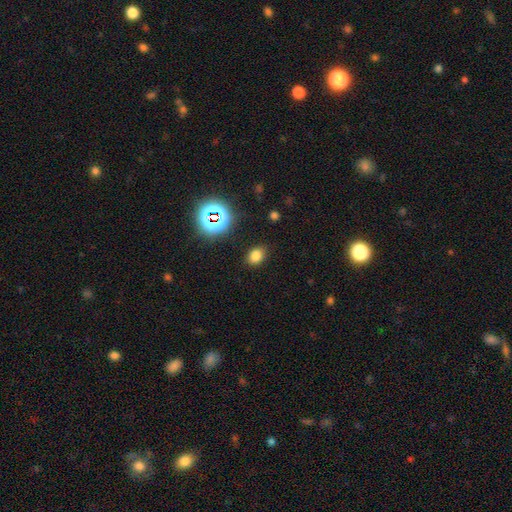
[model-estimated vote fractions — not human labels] A smooth galaxy with no disk features (75%) that is in between round and cigar-shaped (61%).

Vote fractions:
- Smooth or featured? smooth: 75% / star or artifact: 18% / featured or disk: 7%
- How rounded? in between: 61% / round: 37% / cigar-shaped: 1%
- Merging? none: 83% / minor disturbance: 12% / major disturbance: 3% / merger: 2%